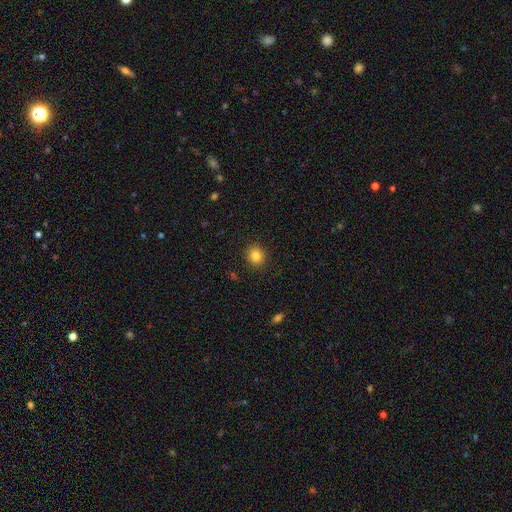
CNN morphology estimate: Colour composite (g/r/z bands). It shows a smooth galaxy with no disk features (84%) that is round (78%). Merging: none (90%).